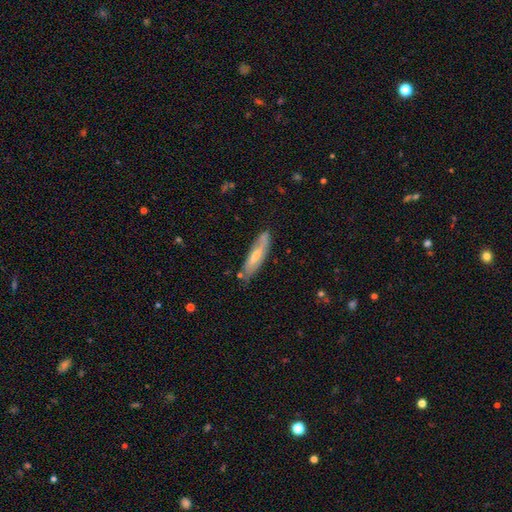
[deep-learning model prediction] This appears to be a smooth galaxy with no disk features (47%, tied with featured or disk). Merging: none (70%).